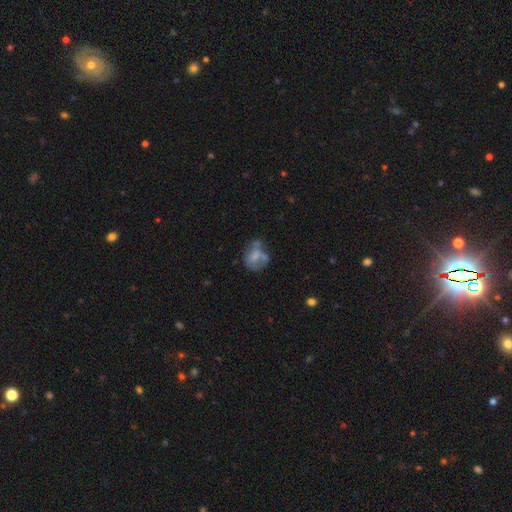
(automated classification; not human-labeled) The model was most divided on "how rounded": in between: 51%, round: 48%, cigar-shaped: 1%. Remaining: smooth or featured — smooth (51%); merging — none (30%).